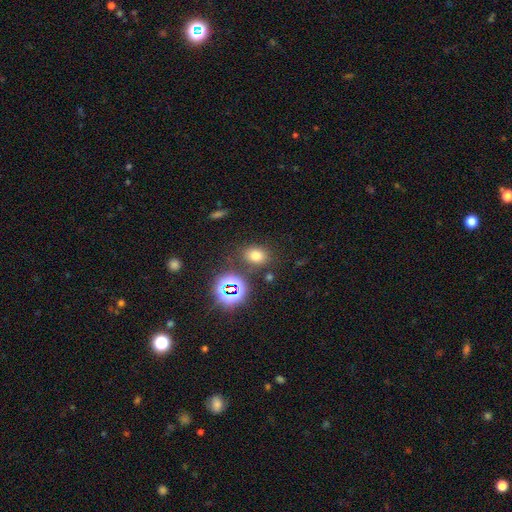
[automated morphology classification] type=smooth (69%); roundness=in between (57%); merging=none (79%).